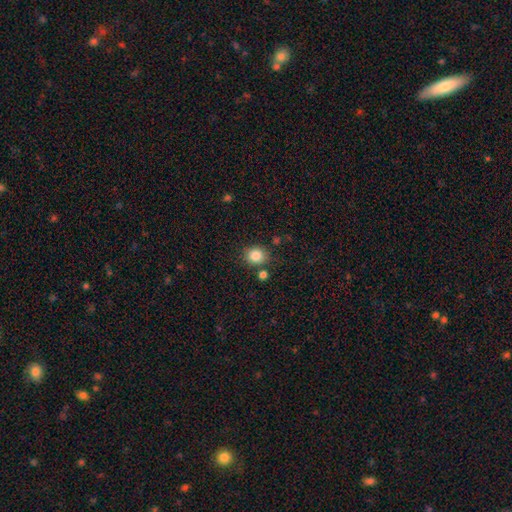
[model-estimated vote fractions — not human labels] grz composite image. It shows a smooth galaxy with no disk features (85%) that is round (79%). Merging: none (79%).